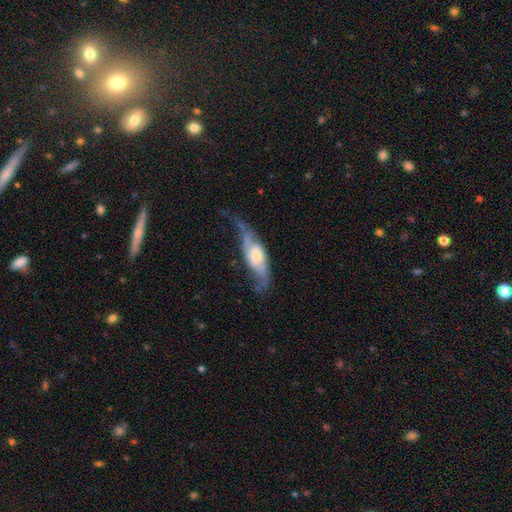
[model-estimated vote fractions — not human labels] Smooth or featured? featured or disk (73%)
Edge-on disk? no (80%)
Bar? no (43%)
Spiral arms? yes (88%)
Spiral winding? loose (57%)
Spiral arm count? 2 (84%)
Bulge size? moderate (49%)
Merging? none (47%)